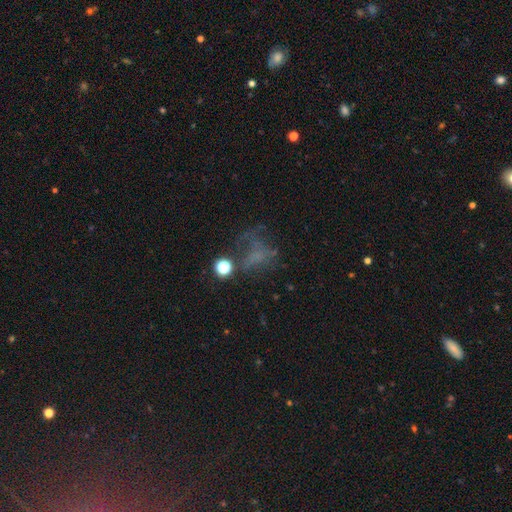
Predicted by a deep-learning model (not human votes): This appears to be a smooth galaxy with no disk features (37%). Merging: major disturbance (38%).